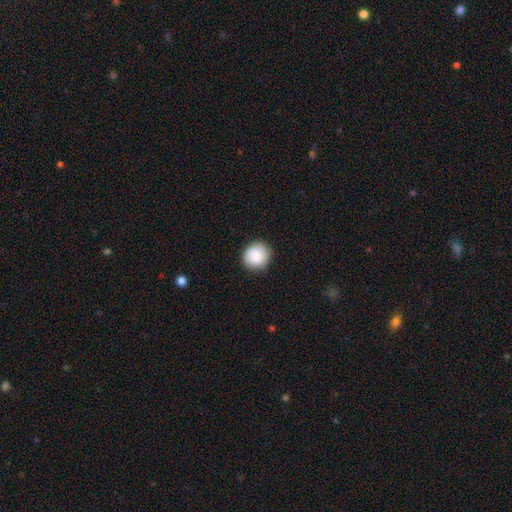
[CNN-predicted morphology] This is clearly a smooth galaxy (84%). How rounded: clearly round (88%). Merging: clearly none (87%).